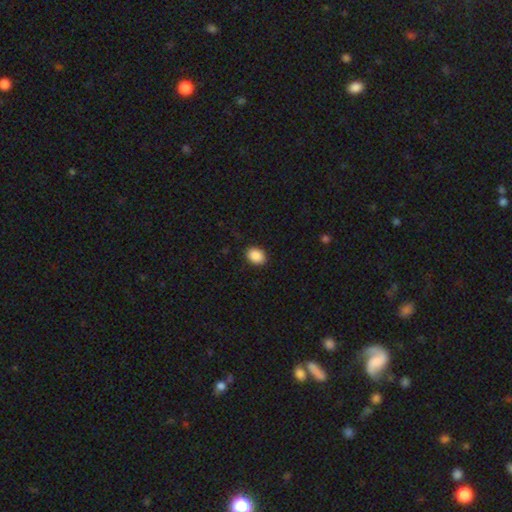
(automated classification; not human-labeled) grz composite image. It shows a smooth galaxy with no disk features (89%) that is in between round and cigar-shaped (66%). Merging: none (89%).